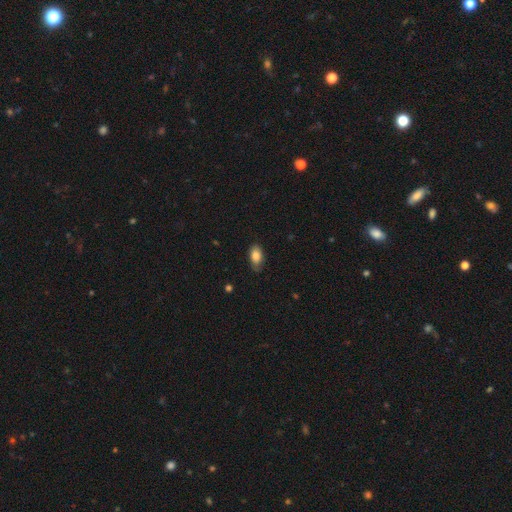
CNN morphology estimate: type=smooth (84%); roundness=in between (91%); merging=none (76%).